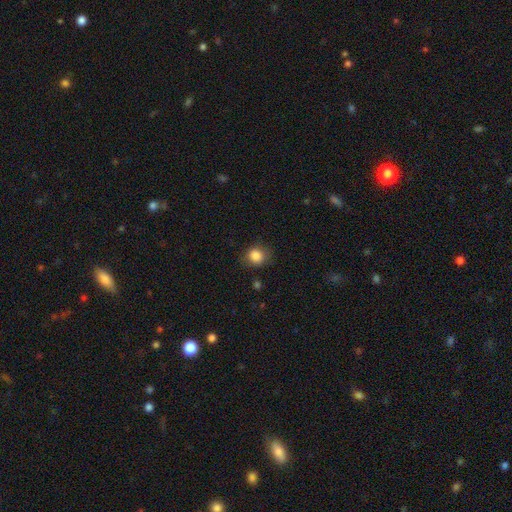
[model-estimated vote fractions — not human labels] Overall: smooth (86%). How rounded: round (77%). Merging: none (78%).